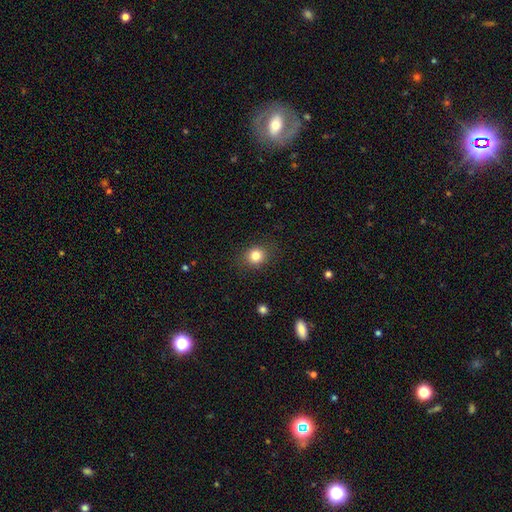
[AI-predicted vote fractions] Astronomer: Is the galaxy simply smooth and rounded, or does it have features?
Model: smooth — 83%.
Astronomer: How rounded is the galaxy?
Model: round — 76%.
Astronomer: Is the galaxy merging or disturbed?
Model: none — 86%.